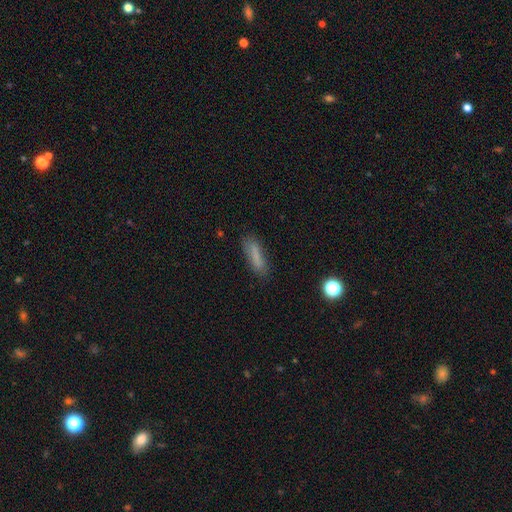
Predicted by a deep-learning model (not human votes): Q: Smooth or featured?
A: smooth (77%); runner-up: featured or disk (13%)
Q: How rounded?
A: cigar-shaped (69%); runner-up: in between (29%)
Q: Merging?
A: none (78%); runner-up: minor disturbance (16%)